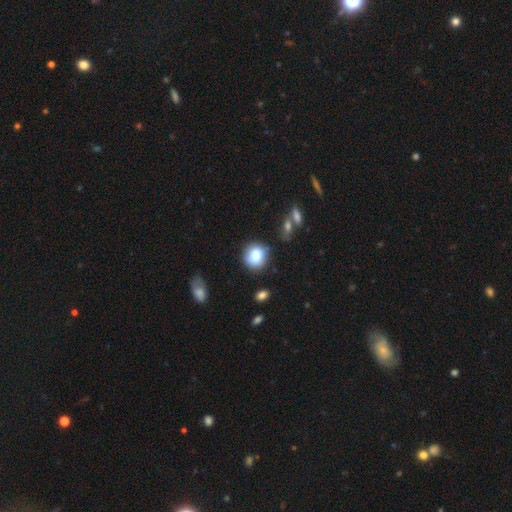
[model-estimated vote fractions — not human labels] Morphology: type=smooth (81%); roundness=round (82%); merging=none (79%).